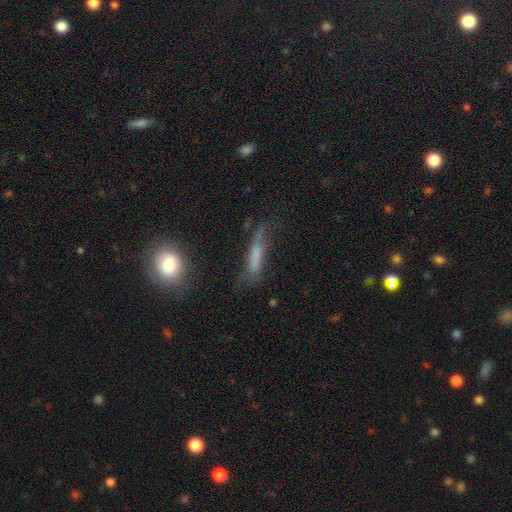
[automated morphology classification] smooth_or_featured: smooth (p=0.60) [alt: featured or disk p=0.27]
how_rounded: cigar-shaped (p=0.82) [alt: in between p=0.15]
merging: none (p=0.54) [alt: minor disturbance p=0.25]